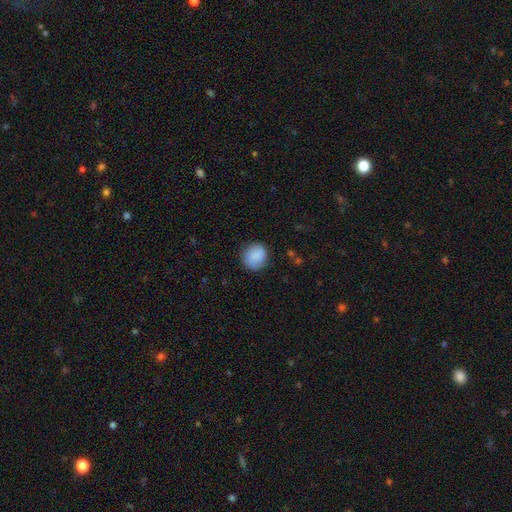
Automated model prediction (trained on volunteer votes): smooth_or_featured: smooth (p=0.85) [alt: star or artifact p=0.07]
how_rounded: round (p=0.79) [alt: in between p=0.21]
merging: none (p=0.83) [alt: minor disturbance p=0.12]